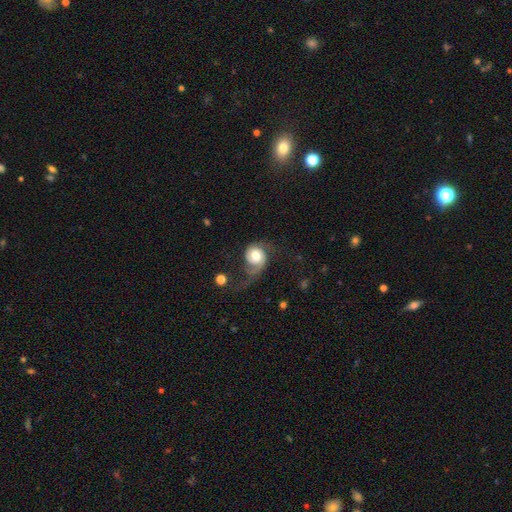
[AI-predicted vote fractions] Morphology: type=featured or disk (68%); edge-on=no (98%); bar=no (75%); spiral arms=yes (91%); winding=loose (50%); arm count=2 (51%); bulge=moderate (63%); merging=major disturbance (39%).